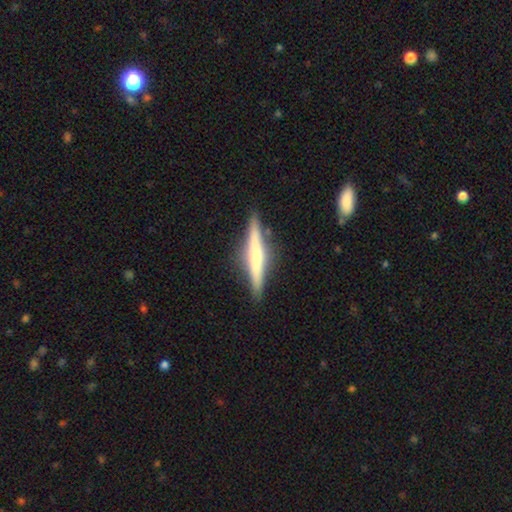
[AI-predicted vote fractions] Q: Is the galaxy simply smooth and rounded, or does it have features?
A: featured or disk — 52%.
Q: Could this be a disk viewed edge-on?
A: yes — 96%.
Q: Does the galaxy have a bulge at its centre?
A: rounded — 46%.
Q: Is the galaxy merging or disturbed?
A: none — 87%.